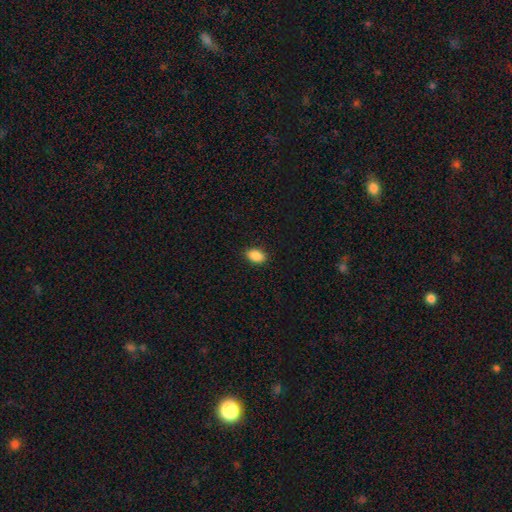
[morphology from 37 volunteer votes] Overall: smooth (89%). How rounded: in between (85%). Merging: none (89%).